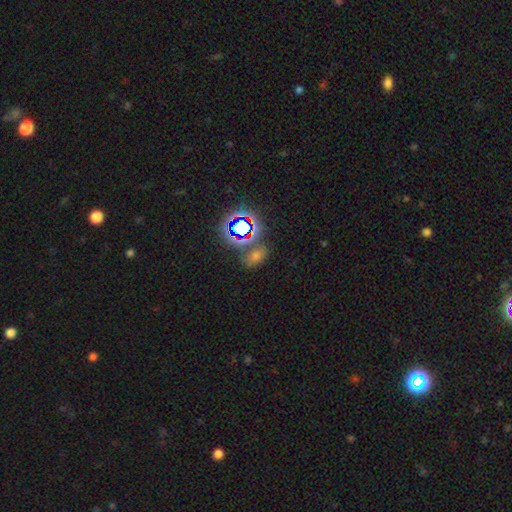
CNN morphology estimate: Smooth or featured?
  - star or artifact: 49% *
  - smooth: 40%
  - featured or disk: 12%